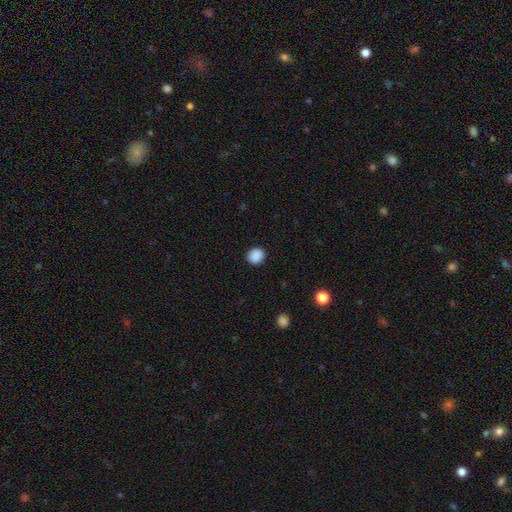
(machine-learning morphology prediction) smooth-or-featured: smooth: 89% | star or artifact: 9% | featured or disk: 2%
  how-rounded: round: 86% | in between: 13% | cigar-shaped: 1%
  merging: none: 92% | minor disturbance: 6% | major disturbance: 2% | merger: 1%